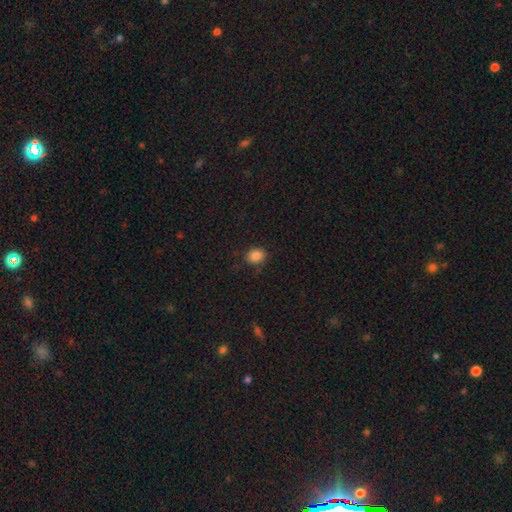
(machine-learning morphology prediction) smooth 85%, star or artifact 11%, featured or disk 4%. Down the decision tree: how rounded — round (55%); merging — none (83%).